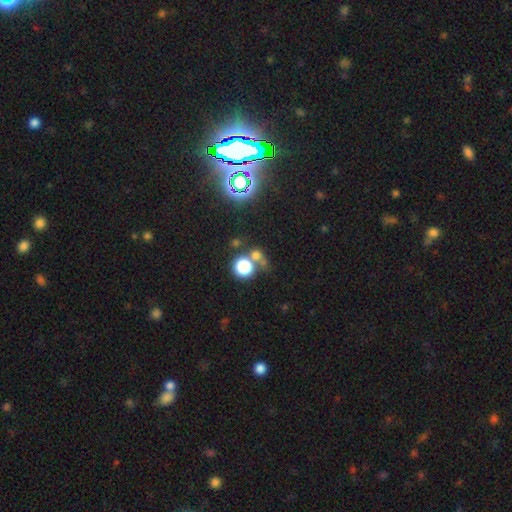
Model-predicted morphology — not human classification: smooth 64%, star or artifact 27%, featured or disk 9%. Down the decision tree: how rounded — round (85%); merging — none (52%).